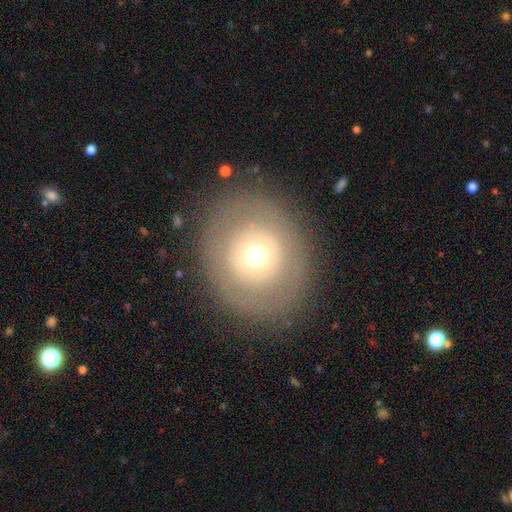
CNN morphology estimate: This is possibly a smooth galaxy (51%). How rounded: likely round (75%). Merging: clearly none (85%).